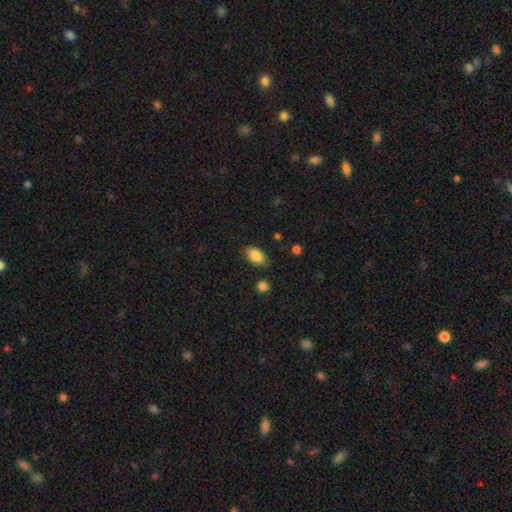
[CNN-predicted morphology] Q: Smooth or featured?
A: smooth (86%); runner-up: star or artifact (8%)
Q: How rounded?
A: in between (90%); runner-up: round (8%)
Q: Merging?
A: none (82%); runner-up: minor disturbance (13%)